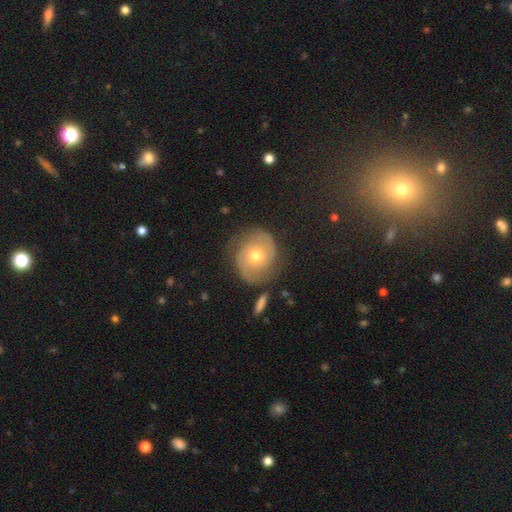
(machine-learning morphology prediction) Overall: featured or disk (68%). Edge-on disk: no (97%). Bar: no (75%). Spiral arms: yes (88%). Spiral arm count: 2 (83%). Spiral winding: tight (46%; medium 39%). Bulge size: moderate (64%; small 31%). Merging: none (75%).